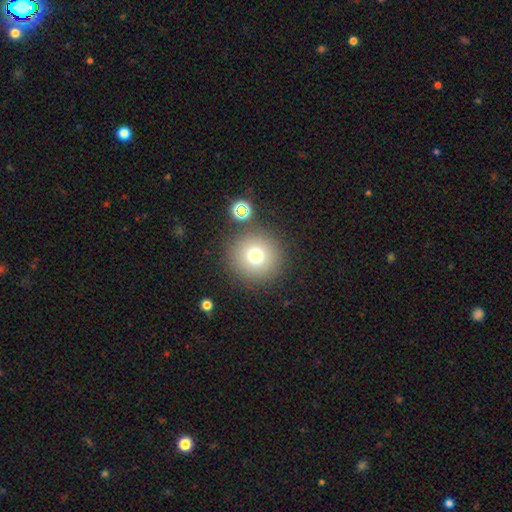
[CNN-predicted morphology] Smooth or featured? Predicted: smooth (p=0.74). How rounded? Predicted: round (p=0.95). Merging? Predicted: none (p=0.86).